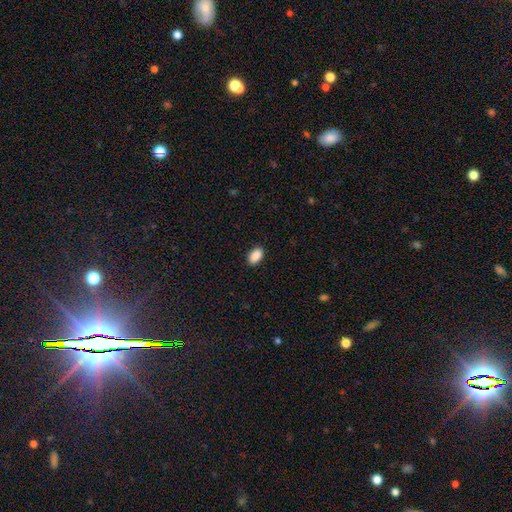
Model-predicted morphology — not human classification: smooth-or-featured: smooth: 90% | star or artifact: 7% | featured or disk: 3%
  how-rounded: in between: 93% | round: 6% | cigar-shaped: 2%
  merging: none: 89% | minor disturbance: 8% | major disturbance: 2% | merger: 1%